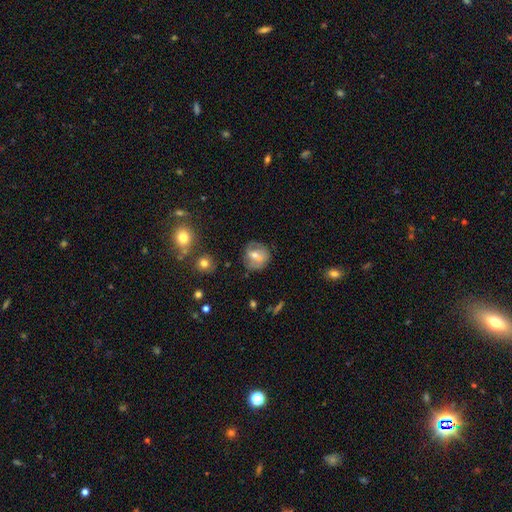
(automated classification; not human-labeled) smooth-or-featured: smooth: 46% | featured or disk: 45% | star or artifact: 9%
  merging: none: 62% | minor disturbance: 21% | merger: 9% | major disturbance: 8%